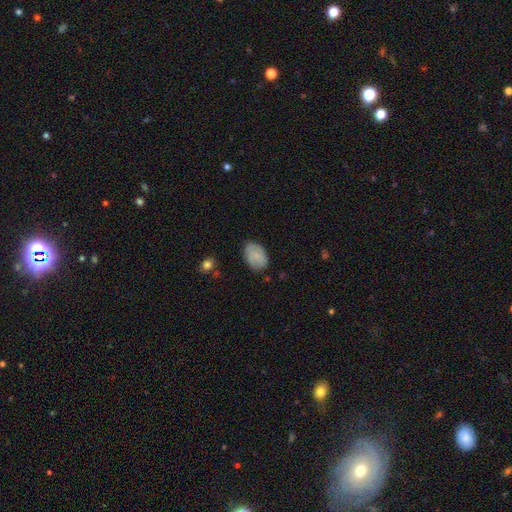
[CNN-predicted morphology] Q: Smooth or featured?
A: smooth (73%); runner-up: featured or disk (20%)
Q: How rounded?
A: in between (86%); runner-up: round (12%)
Q: Merging?
A: none (77%); runner-up: minor disturbance (18%)